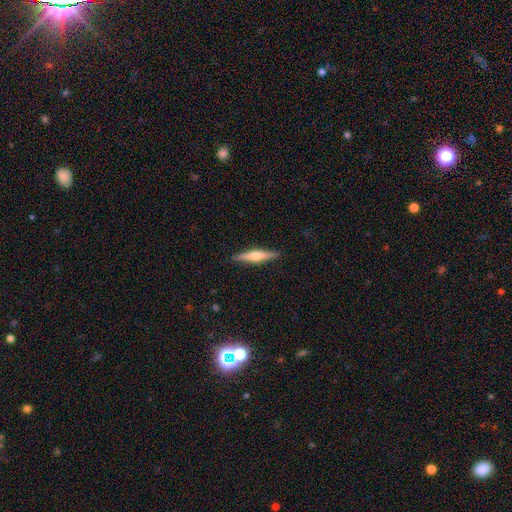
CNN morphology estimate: Smooth or featured? Predicted: featured or disk (p=0.59). Edge-on disk? Predicted: yes (p=0.97). Edge-on bulge? Predicted: rounded (p=0.88). Merging? Predicted: none (p=0.90).